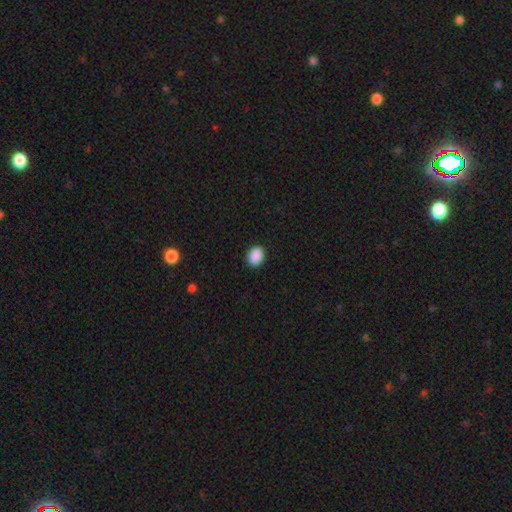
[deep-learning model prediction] smooth_or_featured: smooth (p=0.90) [alt: star or artifact p=0.08]
how_rounded: in between (p=0.59) [alt: round p=0.40]
merging: none (p=0.91) [alt: minor disturbance p=0.07]